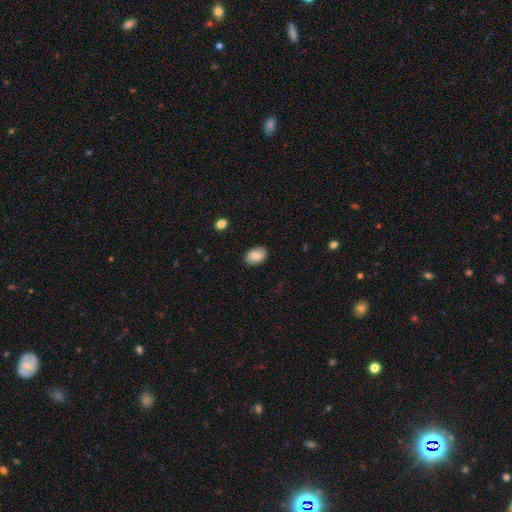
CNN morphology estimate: type=smooth (77%); roundness=in between (84%); merging=none (84%).